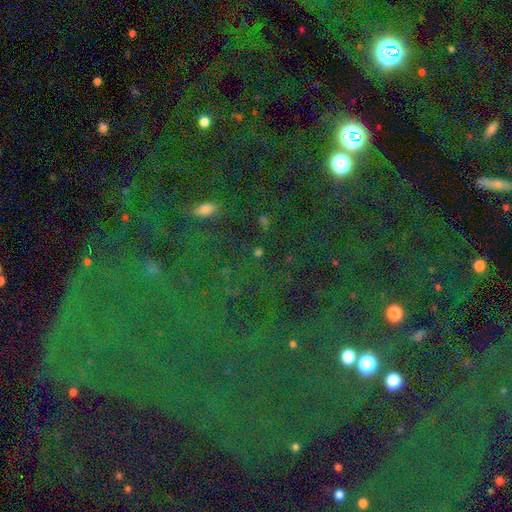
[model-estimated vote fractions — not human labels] Smooth or featured: star or artifact — 76% (smooth — 14%)